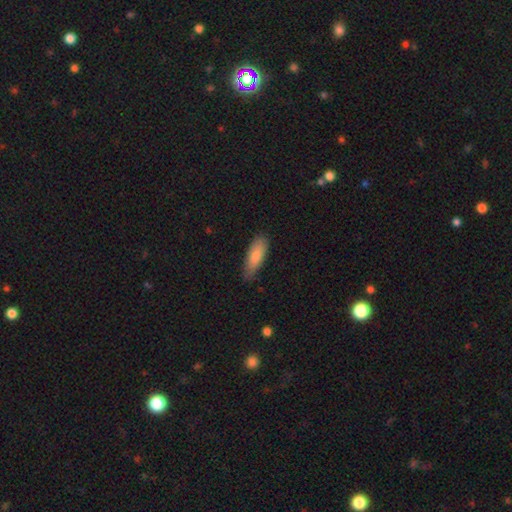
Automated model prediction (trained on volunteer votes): Morphology: type=smooth (81%); roundness=in between (63%); merging=none (73%).